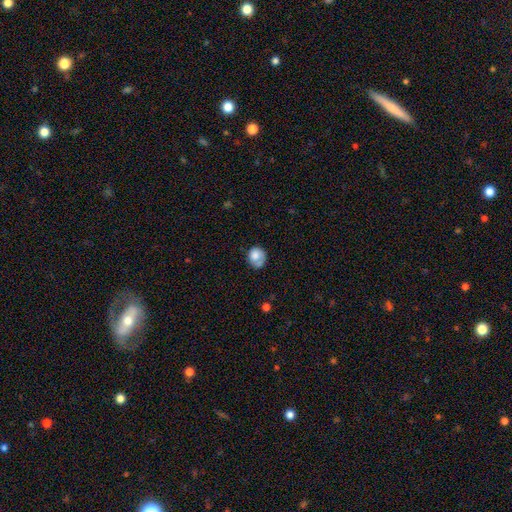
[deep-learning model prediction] smooth_or_featured: smooth (p=0.75) [alt: featured or disk p=0.17]
how_rounded: round (p=0.70) [alt: in between p=0.29]
merging: none (p=0.52) [alt: minor disturbance p=0.27]